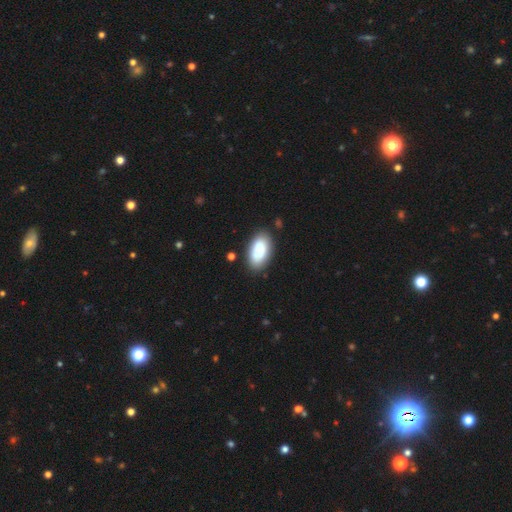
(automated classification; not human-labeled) Smooth or featured? smooth (73%)
How rounded? in between (94%)
Merging? none (74%)